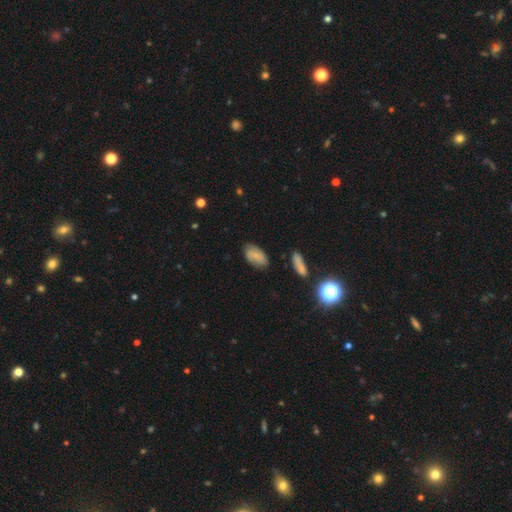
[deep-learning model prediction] A smooth galaxy with no disk features (74%) that is in between round and cigar-shaped (93%).

Vote fractions:
- Smooth or featured? smooth: 74% / featured or disk: 18% / star or artifact: 8%
- How rounded? in between: 93% / round: 5% / cigar-shaped: 3%
- Merging? none: 76% / minor disturbance: 17% / major disturbance: 4% / merger: 3%